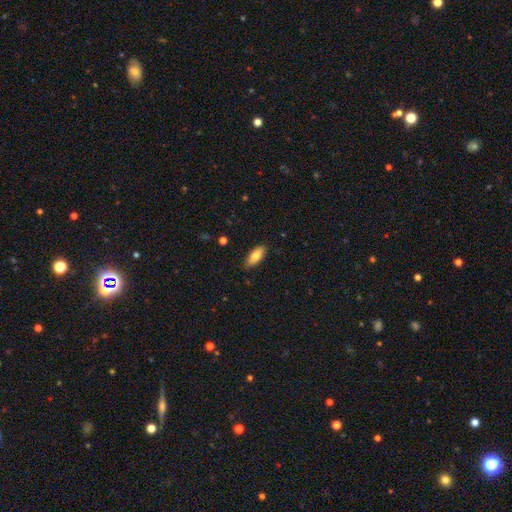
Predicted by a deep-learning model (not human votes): This appears to be a smooth galaxy with no disk features (79%) that is in between round and cigar-shaped (81%). Merging: none (85%).